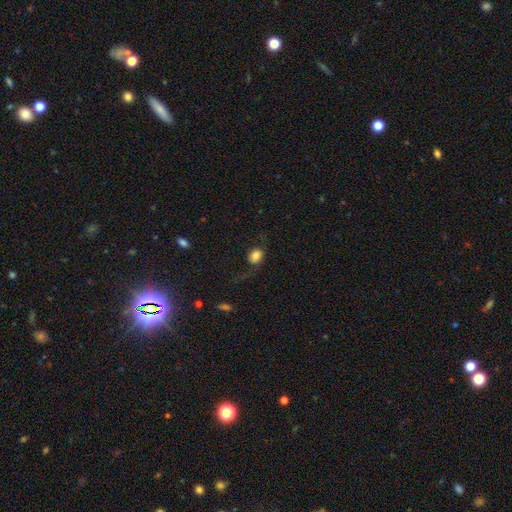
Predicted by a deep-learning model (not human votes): Smooth or featured? smooth (79%)
How rounded? in between (51%)
Merging? none (55%)